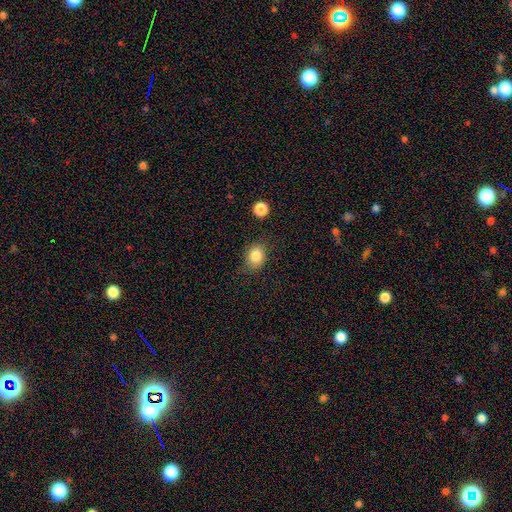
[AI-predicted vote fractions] Q: Smooth or featured?
A: smooth (84%); runner-up: star or artifact (10%)
Q: How rounded?
A: in between (52%); runner-up: round (47%)
Q: Merging?
A: none (75%); runner-up: minor disturbance (17%)